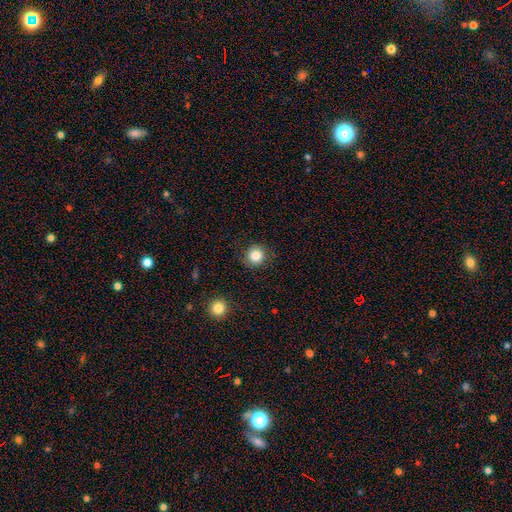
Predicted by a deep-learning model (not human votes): This appears to be a smooth galaxy with no disk features (84%) that is round (92%). Merging: none (88%).